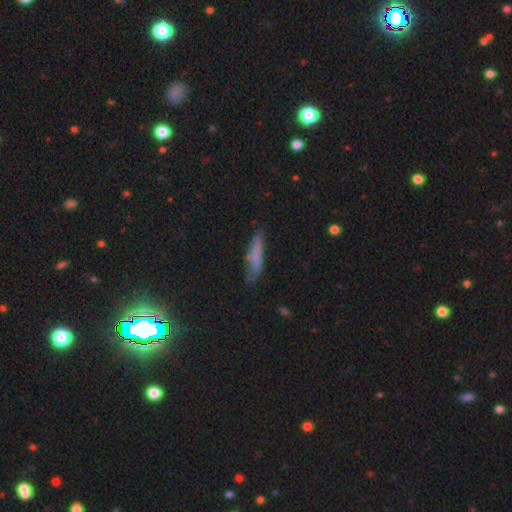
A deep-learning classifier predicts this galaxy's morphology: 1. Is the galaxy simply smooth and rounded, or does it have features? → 64% smooth, 26% featured or disk, 10% star or artifact.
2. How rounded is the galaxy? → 82% cigar-shaped, 16% in between, 2% round.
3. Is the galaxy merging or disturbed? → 60% none, 27% minor disturbance, 9% major disturbance, 3% merger.